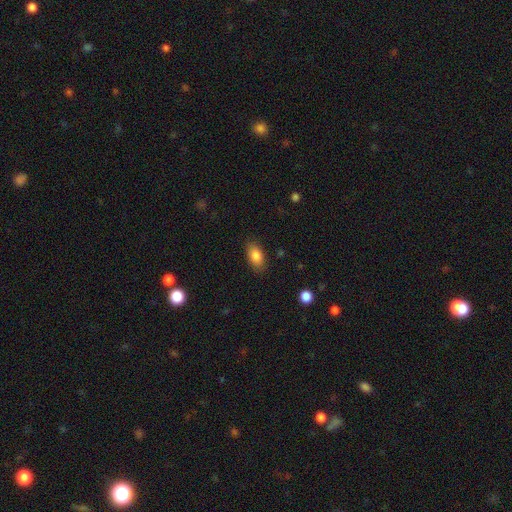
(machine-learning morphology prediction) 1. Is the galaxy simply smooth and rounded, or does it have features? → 85% smooth, 8% star or artifact, 7% featured or disk.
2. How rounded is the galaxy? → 90% in between, 6% round, 4% cigar-shaped.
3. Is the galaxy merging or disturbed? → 85% none, 11% minor disturbance, 3% major disturbance, 1% merger.